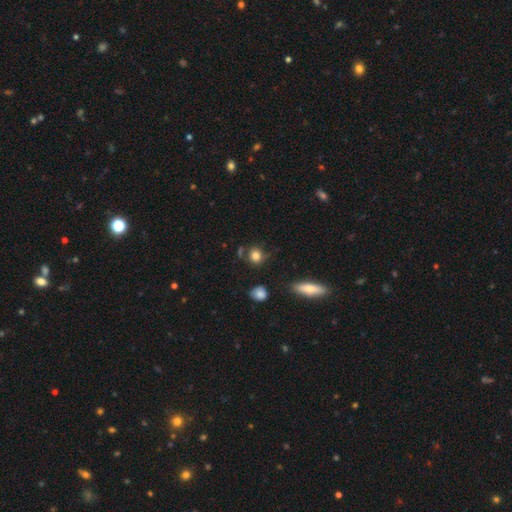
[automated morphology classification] This appears to be a smooth galaxy with no disk features (80%) that is round (78%). Merging: none (69%).